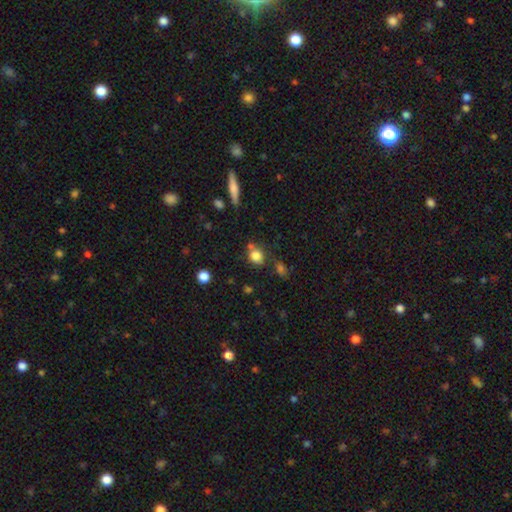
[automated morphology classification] smooth-or-featured: smooth: 80% | star or artifact: 12% | featured or disk: 7%
  how-rounded: round: 72% | in between: 26% | cigar-shaped: 1%
  merging: none: 64% | merger: 16% | minor disturbance: 15% | major disturbance: 5%